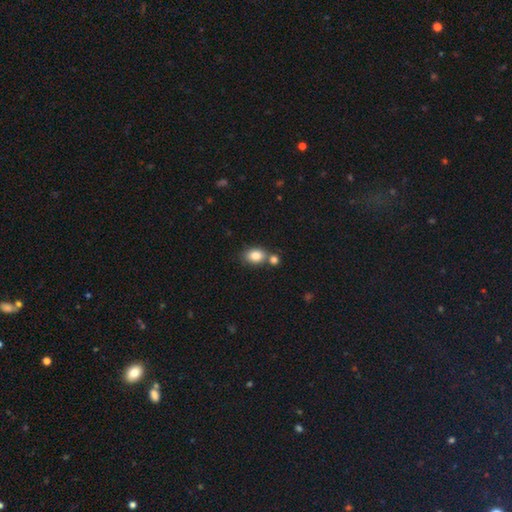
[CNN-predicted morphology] Smooth or featured?
  - smooth: 83% *
  - star or artifact: 9%
  - featured or disk: 8%
How rounded?
  - in between: 72% *
  - round: 27%
  - cigar-shaped: 1%
Merging?
  - none: 56% *
  - merger: 29%
  - minor disturbance: 12%
  - major disturbance: 3%